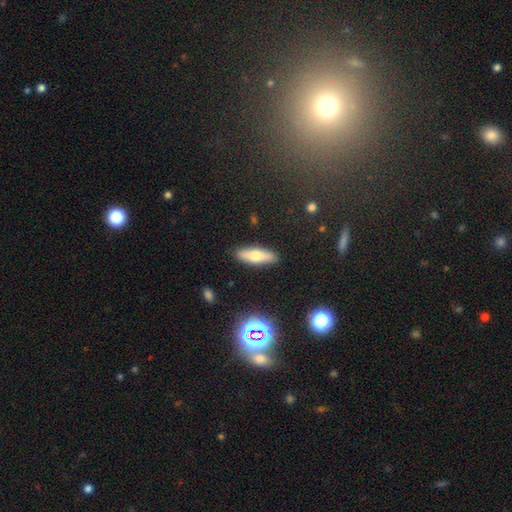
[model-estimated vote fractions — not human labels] smooth_or_featured: smooth (p=0.59) [alt: featured or disk p=0.33]
how_rounded: cigar-shaped (p=0.56) [alt: in between p=0.41]
merging: none (p=0.88) [alt: minor disturbance p=0.08]